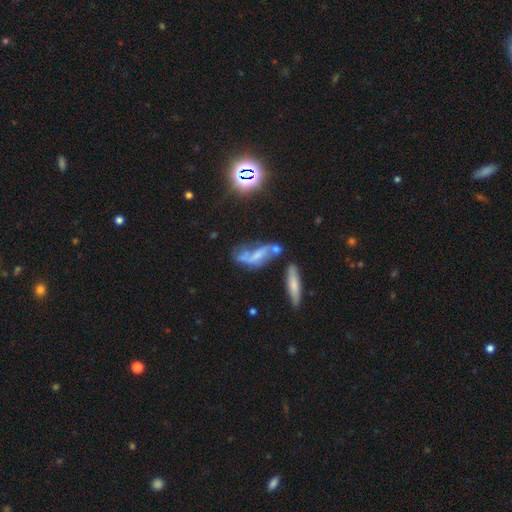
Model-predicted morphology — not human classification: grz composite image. It shows a featured or disk galaxy (52%). Merging: none (32%).